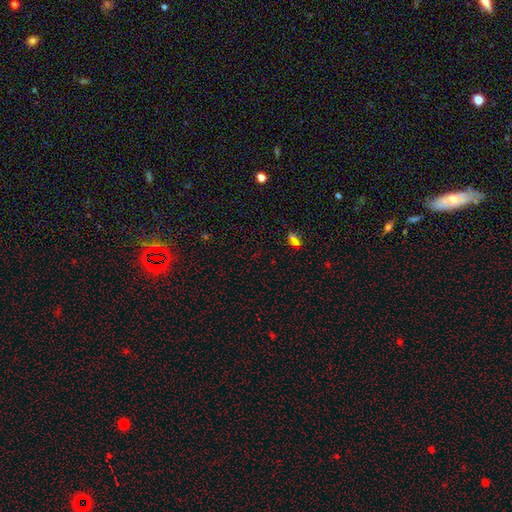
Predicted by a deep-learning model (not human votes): This is possibly a star or artifact rather than a galaxy (58%).